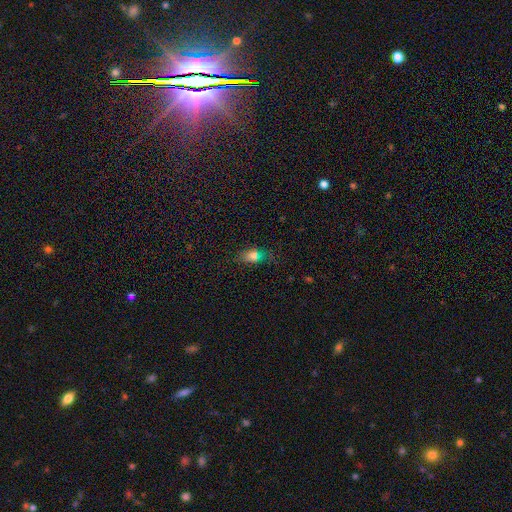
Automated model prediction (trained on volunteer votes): smooth-or-featured: smooth: 72% | star or artifact: 17% | featured or disk: 11%
  how-rounded: in between: 77% | round: 15% | cigar-shaped: 8%
  merging: none: 68% | minor disturbance: 21% | major disturbance: 7% | merger: 3%